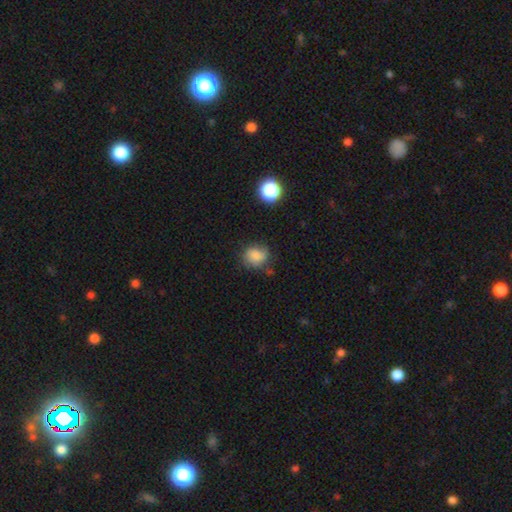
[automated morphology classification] Q: Smooth or featured?
A: smooth (80%); runner-up: star or artifact (11%)
Q: How rounded?
A: round (71%); runner-up: in between (28%)
Q: Merging?
A: none (63%); runner-up: minor disturbance (26%)